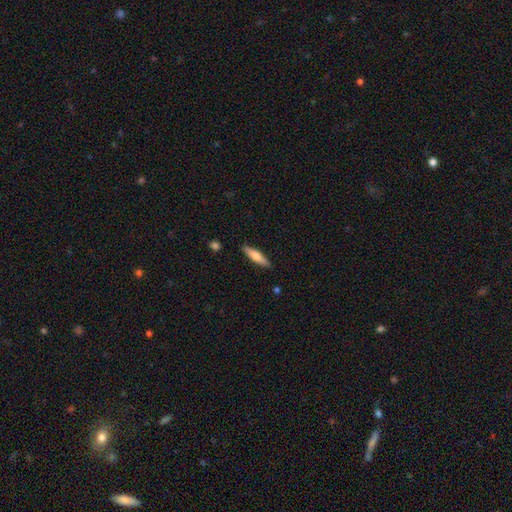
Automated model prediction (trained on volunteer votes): This is likely a smooth galaxy (61%). How rounded: likely cigar-shaped (77%). Merging: clearly none (89%).